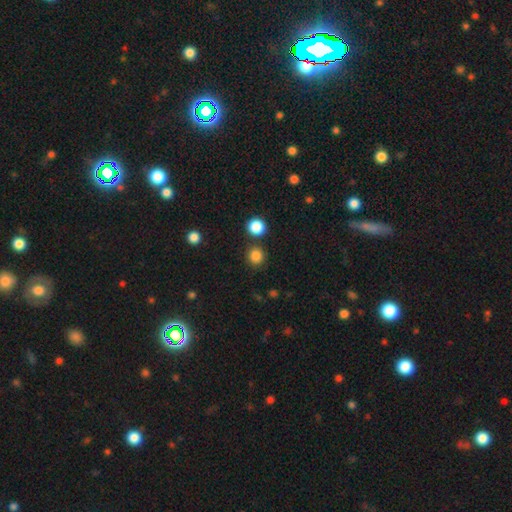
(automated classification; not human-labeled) A smooth galaxy with no disk features (84%) that is round (90%). Merging: none (82%).